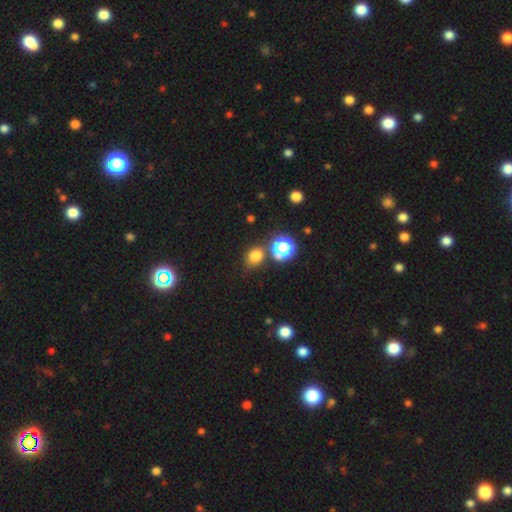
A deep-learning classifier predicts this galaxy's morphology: The model was most divided on "how rounded": round: 57%, in between: 42%, cigar-shaped: 1%. More confident: smooth or featured — smooth (75%); merging — none (65%).